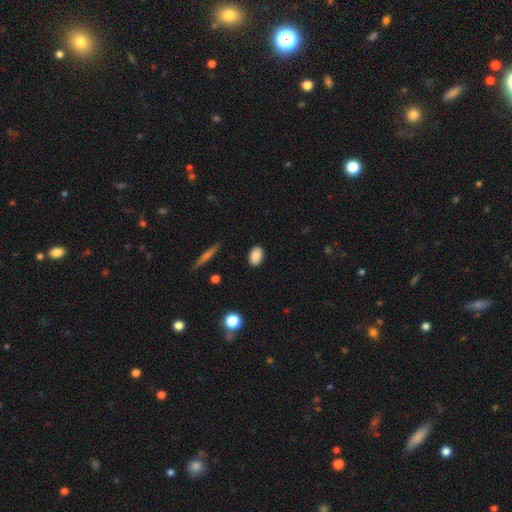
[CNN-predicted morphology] This is clearly a smooth galaxy (87%). How rounded: clearly in between (82%). Merging: clearly none (88%).